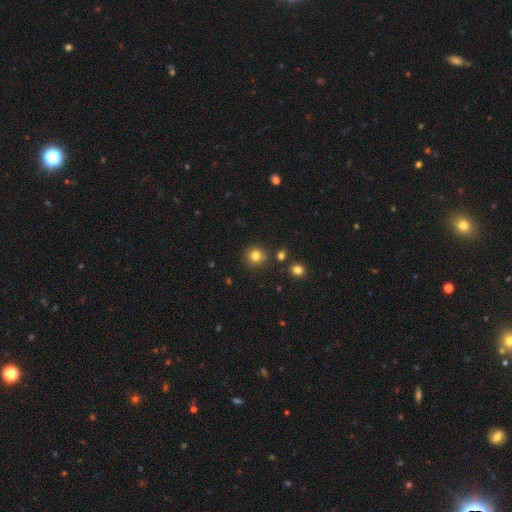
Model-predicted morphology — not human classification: Q: Smooth or featured?
A: smooth (81%); runner-up: star or artifact (12%)
Q: How rounded?
A: round (92%); runner-up: in between (8%)
Q: Merging?
A: none (85%); runner-up: minor disturbance (8%)